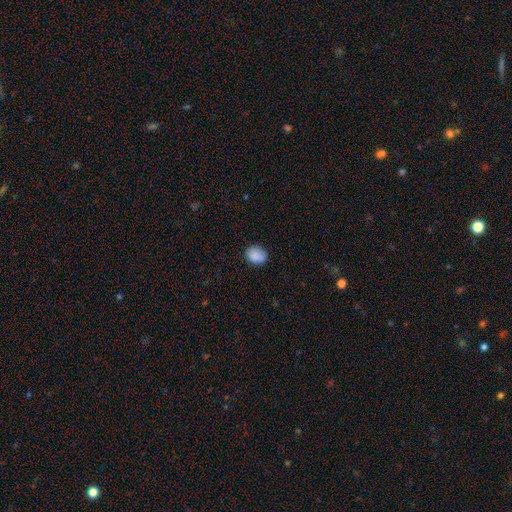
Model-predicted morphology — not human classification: smooth_or_featured: smooth (p=0.88) [alt: star or artifact p=0.08]
how_rounded: in between (p=0.52) [alt: round p=0.47]
merging: none (p=0.81) [alt: minor disturbance p=0.15]